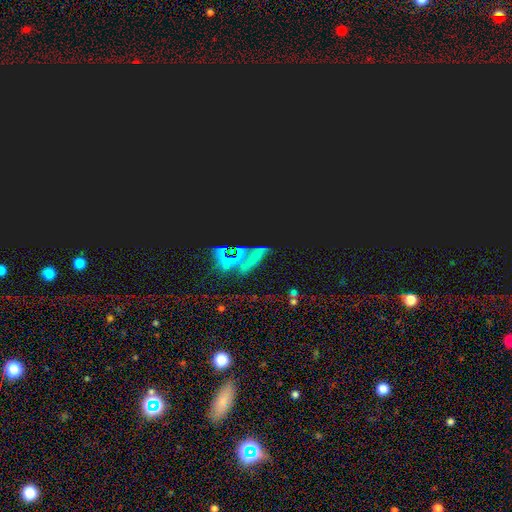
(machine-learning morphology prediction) smooth_or_featured: star or artifact (p=0.65) [alt: smooth p=0.18]